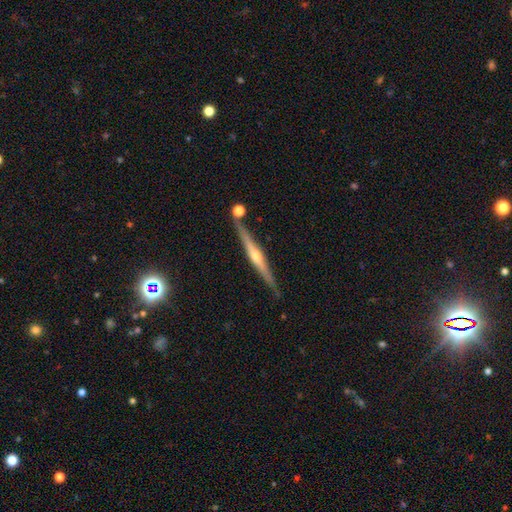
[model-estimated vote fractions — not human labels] This is clearly a featured or disk galaxy (80%). It is clearly viewed edge-on (98%). Edge-on bulge: clearly rounded (87%). Merging: clearly none (86%).